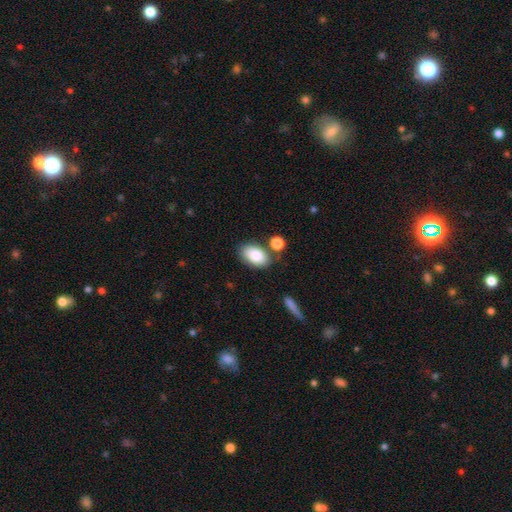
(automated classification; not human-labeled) This is clearly a smooth galaxy (85%). How rounded: clearly in between (91%). Merging: likely none (69%).